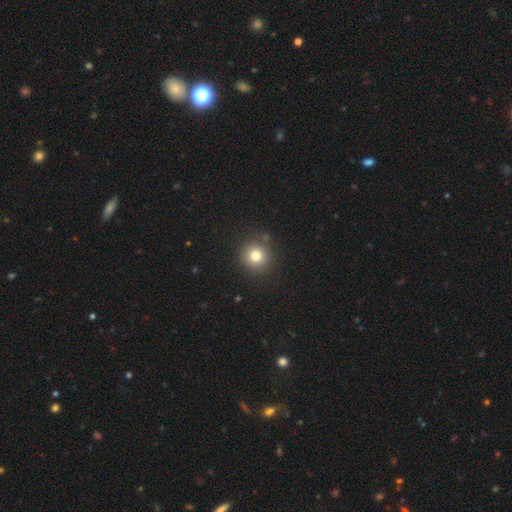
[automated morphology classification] Smooth or featured?
  - smooth: 78% *
  - star or artifact: 13%
  - featured or disk: 9%
How rounded?
  - round: 94% *
  - in between: 5%
  - cigar-shaped: 1%
Merging?
  - none: 86% *
  - minor disturbance: 8%
  - major disturbance: 3%
  - merger: 2%